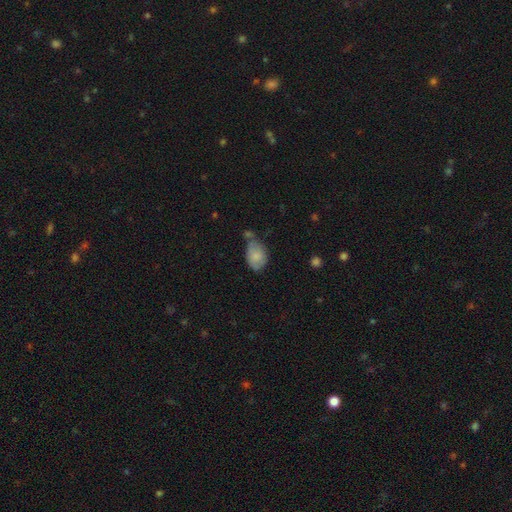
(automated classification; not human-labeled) Overall: smooth (79%). How rounded: in between (85%). Merging: none (41%; minor disturbance 32%).